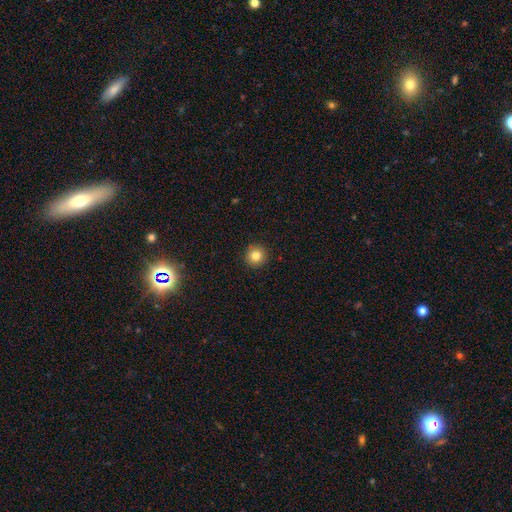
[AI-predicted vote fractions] Smooth or featured: smooth — 83% (star or artifact — 11%)
How rounded: round — 95% (in between — 4%)
Merging: none — 93% (minor disturbance — 5%)